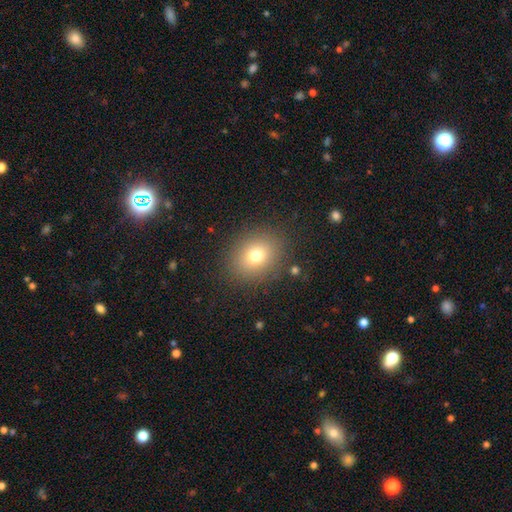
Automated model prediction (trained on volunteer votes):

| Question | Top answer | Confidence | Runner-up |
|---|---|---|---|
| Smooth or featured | smooth | 75% | star or artifact (14%) |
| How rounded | round | 58% | in between (41%) |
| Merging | none | 86% | minor disturbance (8%) |